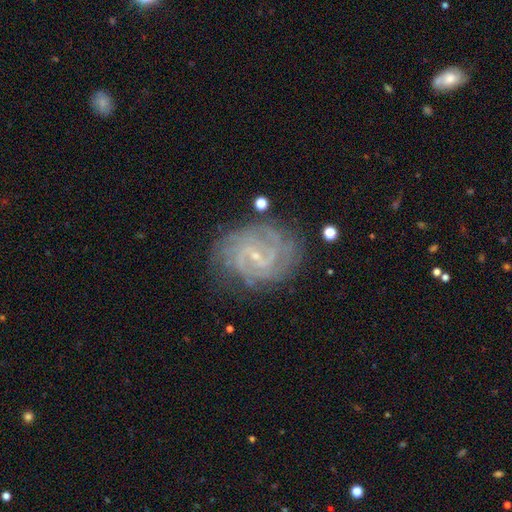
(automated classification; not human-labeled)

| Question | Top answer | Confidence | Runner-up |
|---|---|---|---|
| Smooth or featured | featured or disk | 87% | star or artifact (7%) |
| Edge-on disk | no | 98% | yes (2%) |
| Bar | weak | 51% | no (29%) |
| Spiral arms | yes | 97% | no (3%) |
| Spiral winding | tight | 63% | medium (31%) |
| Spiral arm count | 2 | 28% | can't tell (24%) |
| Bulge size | small | 83% | moderate (10%) |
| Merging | none | 76% | minor disturbance (16%) |